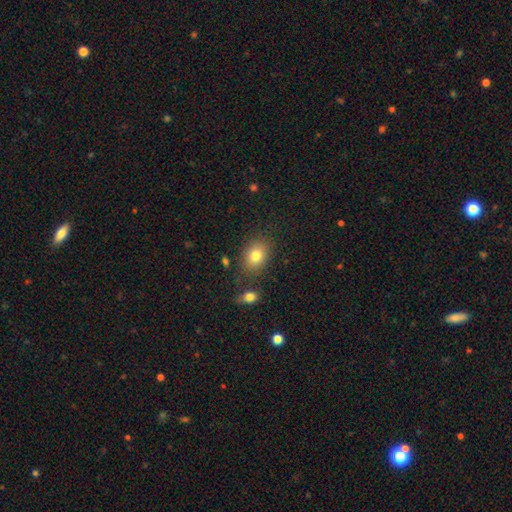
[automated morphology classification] Q: Smooth or featured?
A: smooth (81%); runner-up: star or artifact (10%)
Q: How rounded?
A: in between (62%); runner-up: round (37%)
Q: Merging?
A: none (80%); runner-up: minor disturbance (12%)